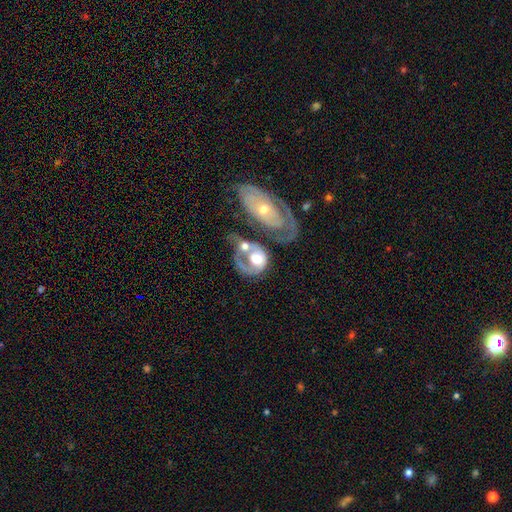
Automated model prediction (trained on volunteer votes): This appears to be a featured or disk galaxy (63%) with no bar (84%), spiral arms (52%) and a moderate central bulge (58%). Merging: merger (44%).